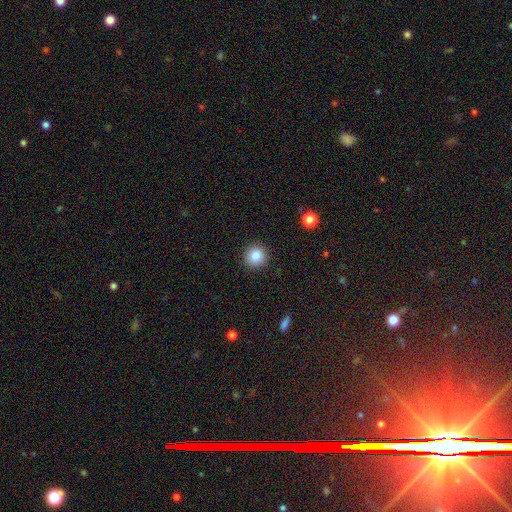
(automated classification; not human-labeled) The model was most divided on "smooth or featured": smooth: 84%, star or artifact: 10%, featured or disk: 5%. More confident: how rounded — round (94%); merging — none (92%).